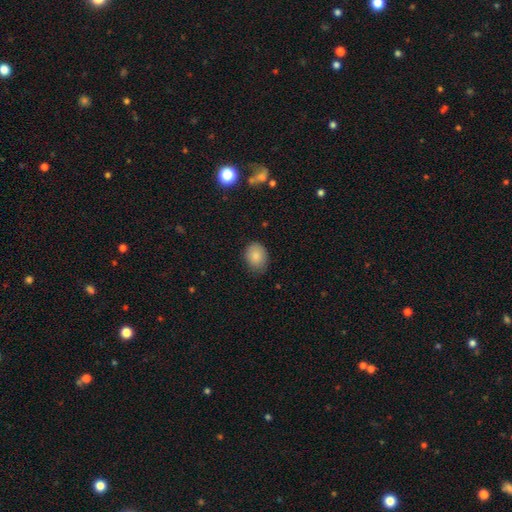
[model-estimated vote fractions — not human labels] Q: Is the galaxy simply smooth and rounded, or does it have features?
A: smooth — 85%.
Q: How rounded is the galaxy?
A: in between — 55%.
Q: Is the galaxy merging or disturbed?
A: none — 76%.